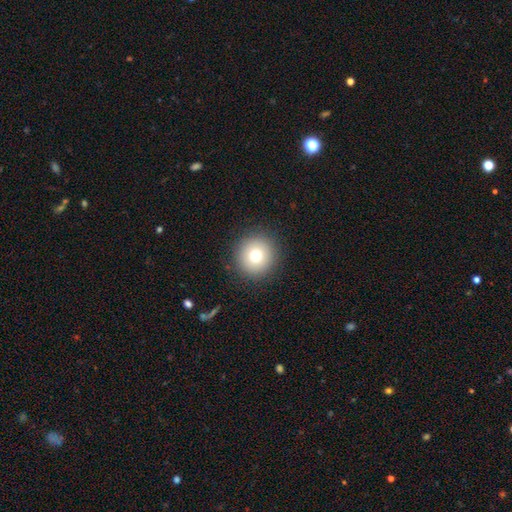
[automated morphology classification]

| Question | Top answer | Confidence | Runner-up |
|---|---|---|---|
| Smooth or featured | smooth | 76% | featured or disk (12%) |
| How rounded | round | 94% | in between (5%) |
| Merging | none | 91% | minor disturbance (6%) |